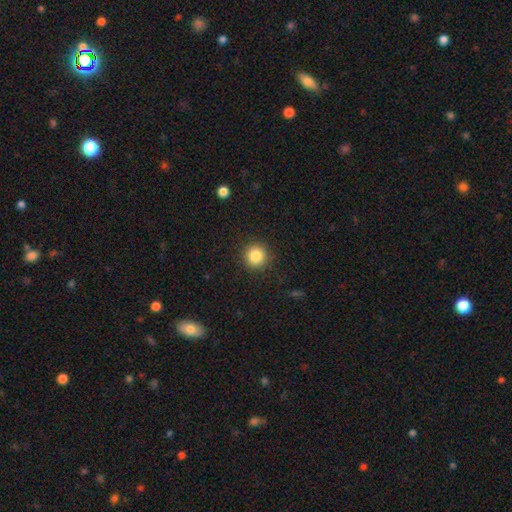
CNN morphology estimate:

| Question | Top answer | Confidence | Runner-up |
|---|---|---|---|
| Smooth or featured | smooth | 85% | star or artifact (10%) |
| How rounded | round | 93% | in between (6%) |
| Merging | none | 90% | minor disturbance (7%) |